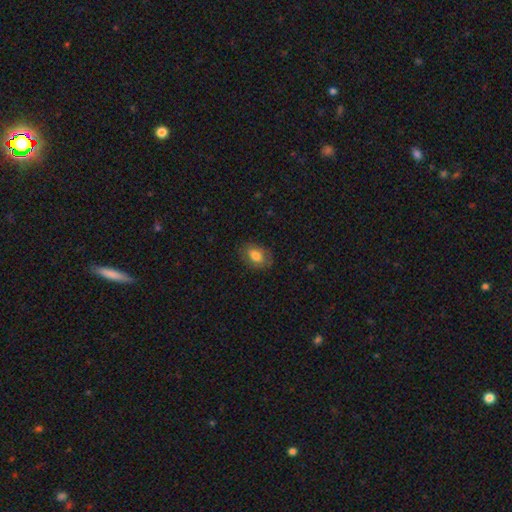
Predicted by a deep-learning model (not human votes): Q: Smooth or featured?
A: smooth (76%); runner-up: featured or disk (16%)
Q: How rounded?
A: in between (83%); runner-up: round (15%)
Q: Merging?
A: none (81%); runner-up: minor disturbance (14%)